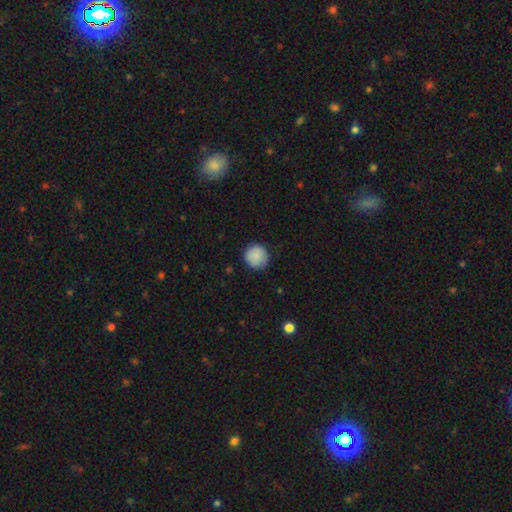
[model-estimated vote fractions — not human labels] Overall: smooth (86%). How rounded: round (94%). Merging: none (86%).